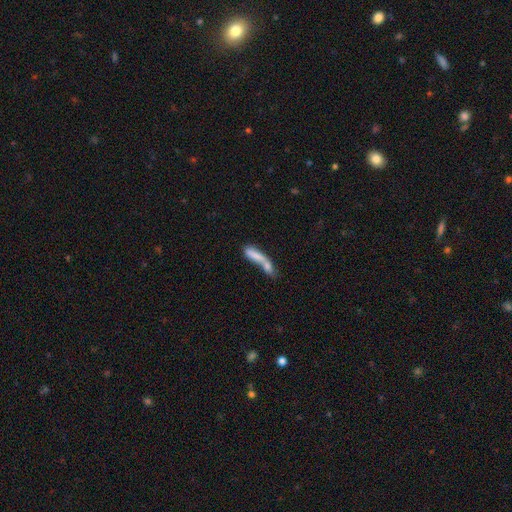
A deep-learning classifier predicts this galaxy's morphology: Smooth or featured: smooth — 68% (featured or disk — 24%)
How rounded: cigar-shaped — 67% (in between — 30%)
Merging: merger — 65% (none — 18%)